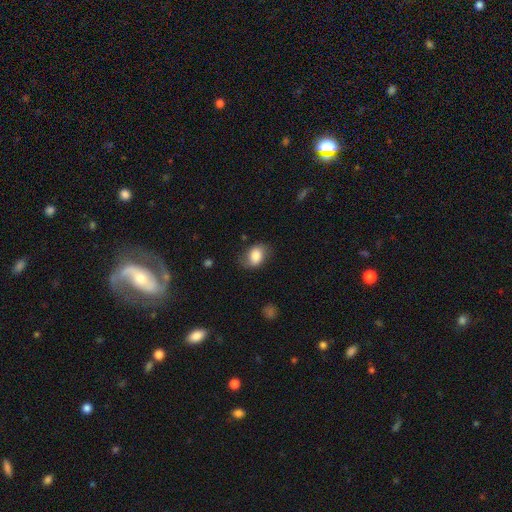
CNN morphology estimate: smooth 76%, featured or disk 16%, star or artifact 8%. Down the decision tree: how rounded — in between (74%); merging — none (68%).